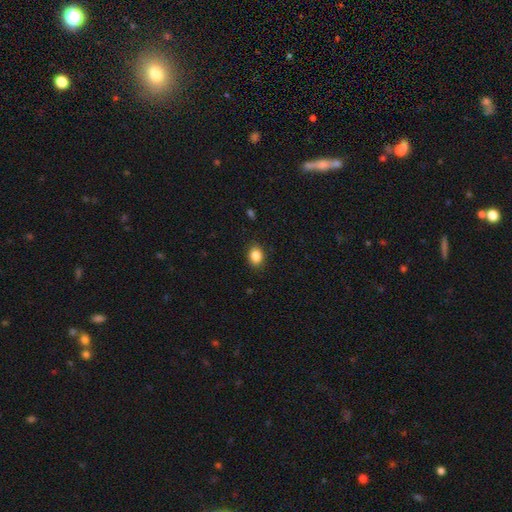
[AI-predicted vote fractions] A smooth galaxy with no disk features (87%) that is in between round and cigar-shaped (63%). Merging: none (88%).